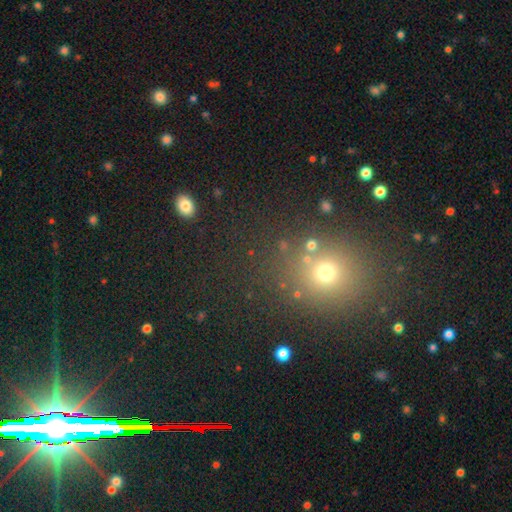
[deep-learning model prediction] A star or artifact, not a galaxy (48%).

Vote fractions:
- Smooth or featured? star or artifact: 48% / smooth: 42% / featured or disk: 10%